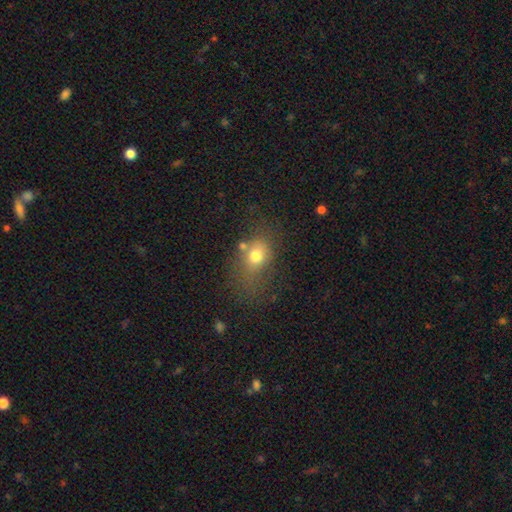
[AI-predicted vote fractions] smooth_or_featured: smooth (p=0.71) [alt: featured or disk p=0.15]
how_rounded: in between (p=0.62) [alt: round p=0.36]
merging: none (p=0.49) [alt: minor disturbance p=0.23]